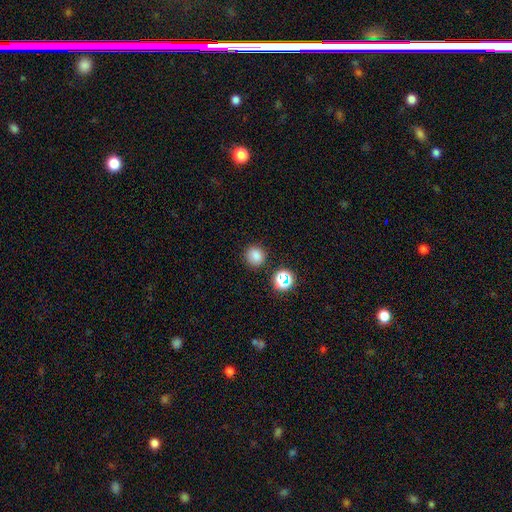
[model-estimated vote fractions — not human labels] A smooth galaxy with no disk features (80%) that is round (88%). Merging: none (86%).